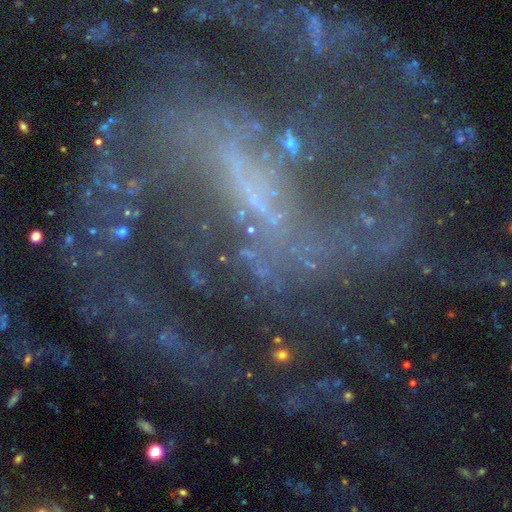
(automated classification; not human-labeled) featured or disk 45%, star or artifact 40%, smooth 16%. Down the decision tree: merging — none (51%).